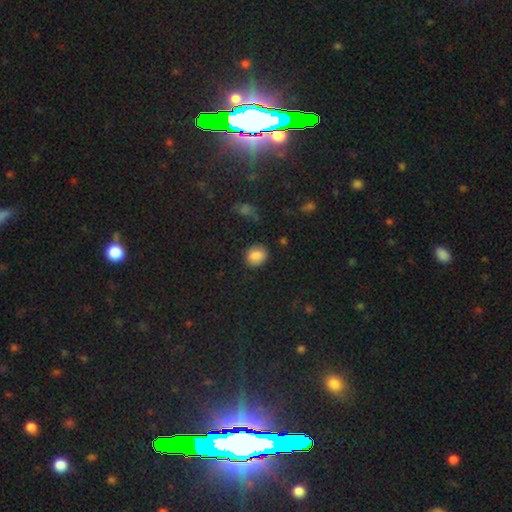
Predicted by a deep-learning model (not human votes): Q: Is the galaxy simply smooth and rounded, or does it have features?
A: smooth — 85%.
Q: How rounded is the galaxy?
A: round — 65%.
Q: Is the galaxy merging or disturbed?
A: none — 83%.